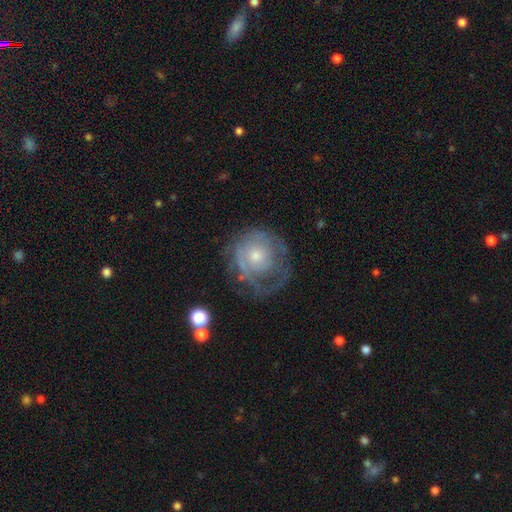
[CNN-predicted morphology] smooth-or-featured: featured or disk: 61% | smooth: 31% | star or artifact: 9%
  disk-edge-on: no: 97% | yes: 3%
    bar: no: 86% | weak: 12% | strong: 2%
    has-spiral-arms: yes: 57% | no: 43%
    bulge-size: small: 49% | moderate: 43% | large: 4% | none: 3% | dominant: 1%
  merging: none: 53% | minor disturbance: 23% | major disturbance: 22% | merger: 2%